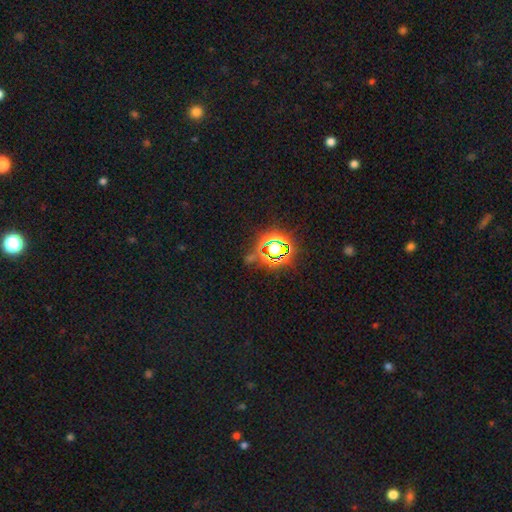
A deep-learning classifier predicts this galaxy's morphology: Smooth or featured? Predicted: star or artifact (p=0.77).